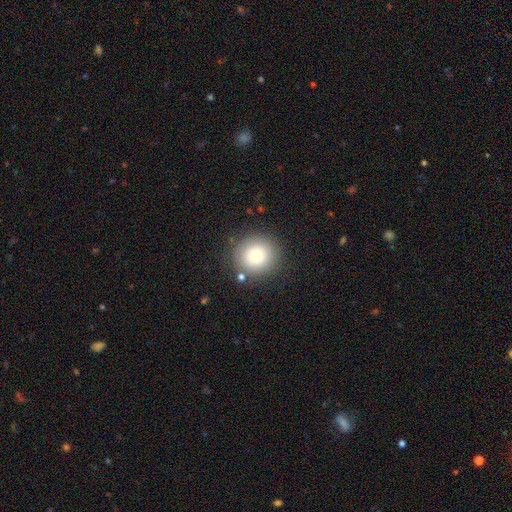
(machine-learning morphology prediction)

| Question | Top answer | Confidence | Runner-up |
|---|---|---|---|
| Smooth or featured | smooth | 75% | featured or disk (14%) |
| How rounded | round | 93% | in between (6%) |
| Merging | none | 86% | minor disturbance (8%) |